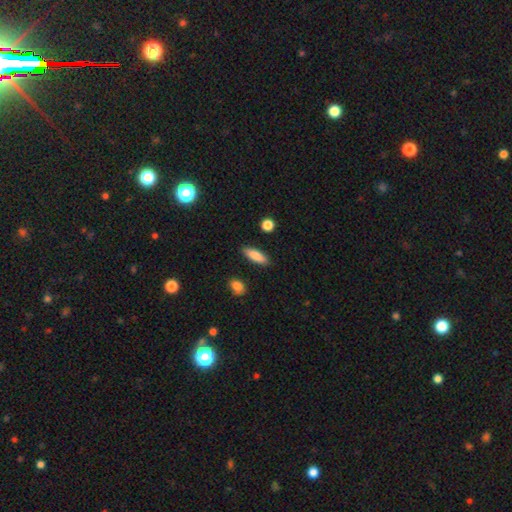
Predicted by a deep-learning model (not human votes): Smooth or featured? Predicted: smooth (p=0.85). How rounded? Predicted: in between (p=0.51). Merging? Predicted: none (p=0.89).